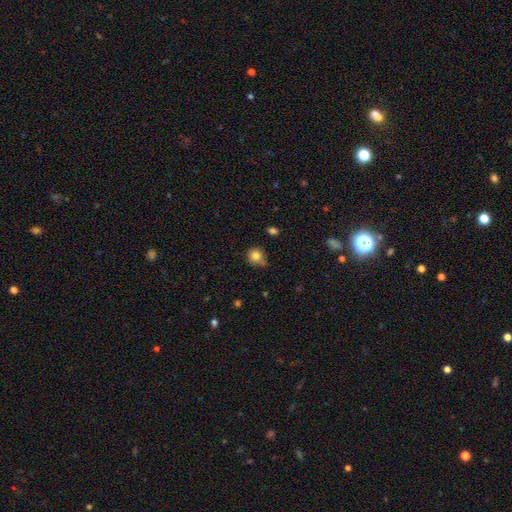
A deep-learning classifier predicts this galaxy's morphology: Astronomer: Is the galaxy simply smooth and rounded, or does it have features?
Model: smooth — 81%.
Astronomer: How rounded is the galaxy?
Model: round — 88%.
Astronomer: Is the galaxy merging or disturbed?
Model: none — 66%.